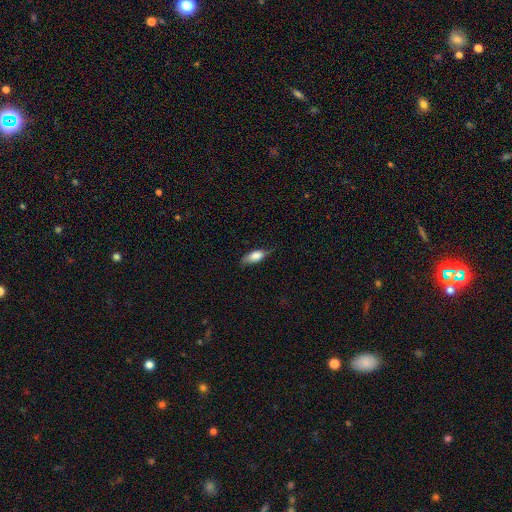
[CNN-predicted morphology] Overall: smooth (74%). How rounded: in between (77%). Merging: none (63%; minor disturbance 29%).